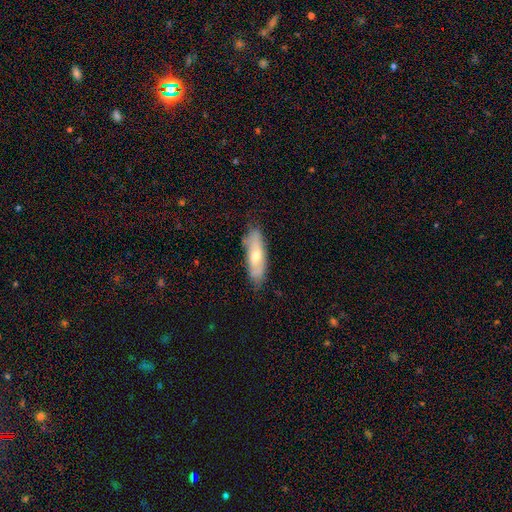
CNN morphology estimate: Q: Smooth or featured?
A: smooth (53%); runner-up: featured or disk (41%)
Q: How rounded?
A: in between (52%); runner-up: cigar-shaped (46%)
Q: Merging?
A: none (77%); runner-up: minor disturbance (18%)